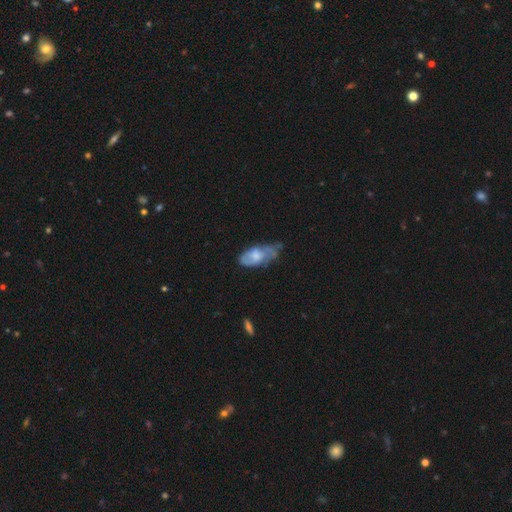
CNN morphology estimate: This is possibly a smooth galaxy (53%). How rounded: clearly in between (88%). Merging: marginally minor disturbance (41%).